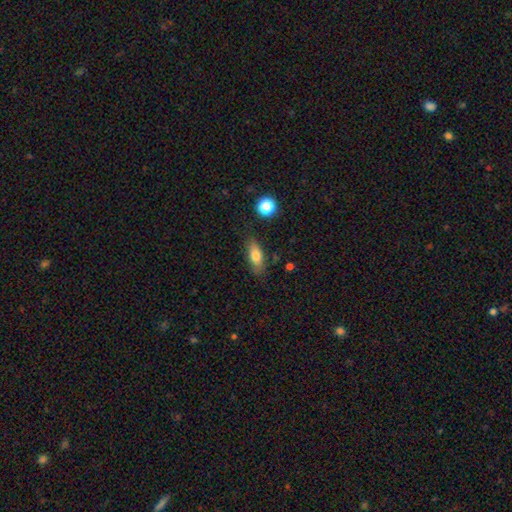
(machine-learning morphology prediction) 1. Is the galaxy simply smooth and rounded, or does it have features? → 75% smooth, 16% featured or disk, 8% star or artifact.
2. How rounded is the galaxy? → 76% in between, 19% cigar-shaped, 5% round.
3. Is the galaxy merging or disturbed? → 77% none, 17% minor disturbance, 4% major disturbance, 3% merger.